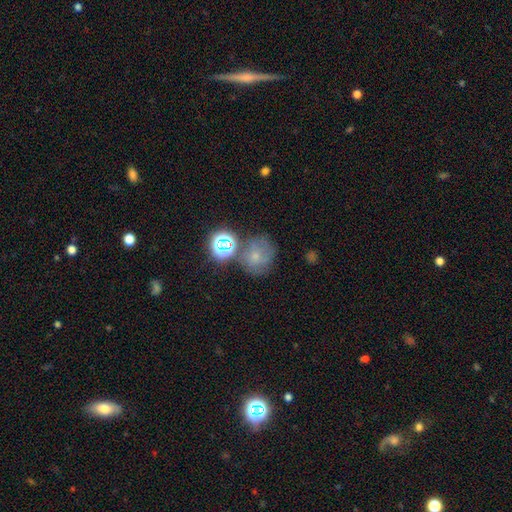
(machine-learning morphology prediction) A smooth galaxy with no disk features (49%). Merging: none (53%).